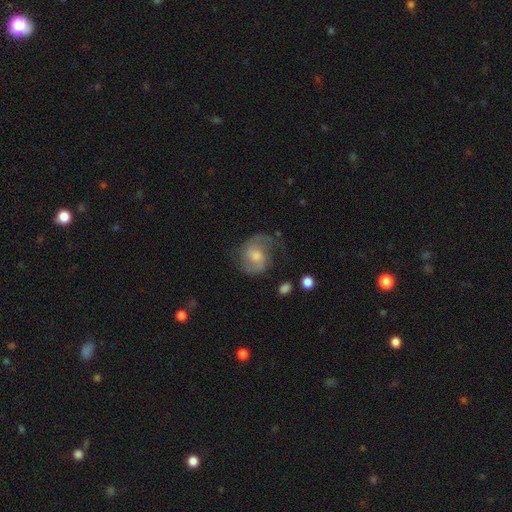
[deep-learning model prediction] Q: Smooth or featured?
A: featured or disk (69%); runner-up: smooth (24%)
Q: Edge-on disk?
A: no (98%); runner-up: yes (2%)
Q: Bar?
A: no (48%); runner-up: weak (44%)
Q: Spiral arms?
A: yes (92%); runner-up: no (8%)
Q: Spiral winding?
A: medium (51%); runner-up: loose (31%)
Q: Spiral arm count?
A: 2 (84%); runner-up: can't tell (7%)
Q: Bulge size?
A: moderate (45%); runner-up: small (29%)
Q: Merging?
A: none (59%); runner-up: minor disturbance (23%)